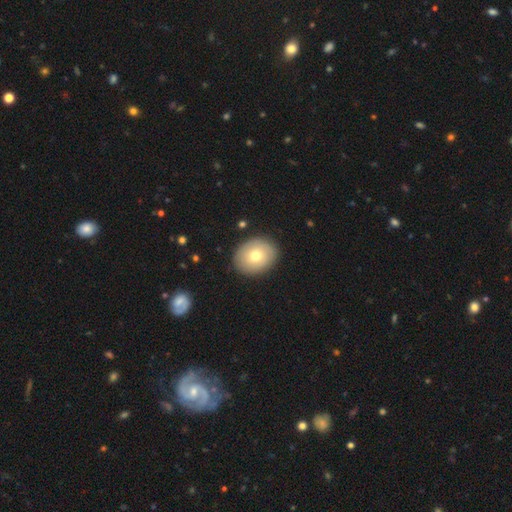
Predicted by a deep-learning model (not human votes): smooth-or-featured: smooth: 73% | featured or disk: 19% | star or artifact: 8%
  how-rounded: in between: 50% | round: 49% | cigar-shaped: 1%
  merging: none: 88% | minor disturbance: 8% | major disturbance: 2% | merger: 1%